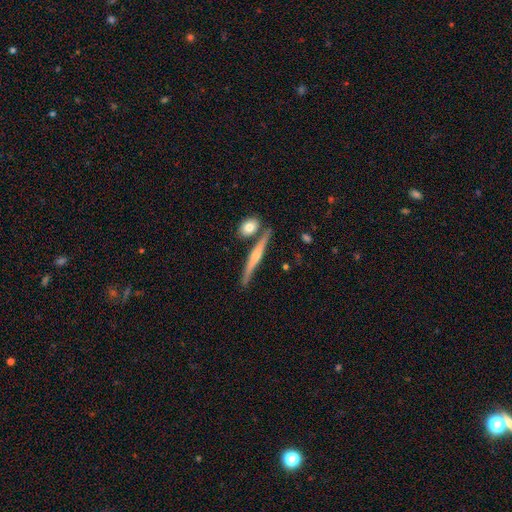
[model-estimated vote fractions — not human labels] The model was most divided on "smooth or featured": featured or disk: 68%, smooth: 26%, star or artifact: 6%. More confident: edge-on disk — yes (97%); merging — none (79%); edge-on bulge — rounded (74%).